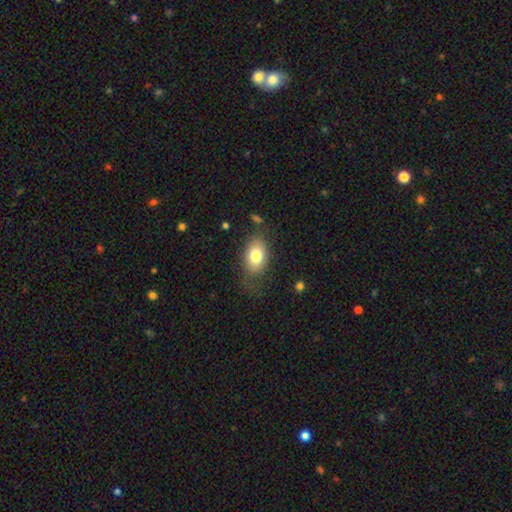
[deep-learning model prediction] smooth 76%, featured or disk 16%, star or artifact 8%. Down the decision tree: how rounded — in between (84%); merging — none (68%).